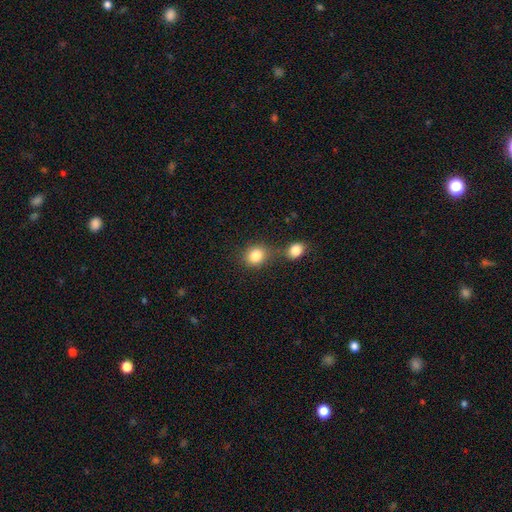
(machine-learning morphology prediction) Smooth or featured: smooth — 83% (star or artifact — 10%)
How rounded: round — 67% (in between — 32%)
Merging: none — 55% (merger — 29%)